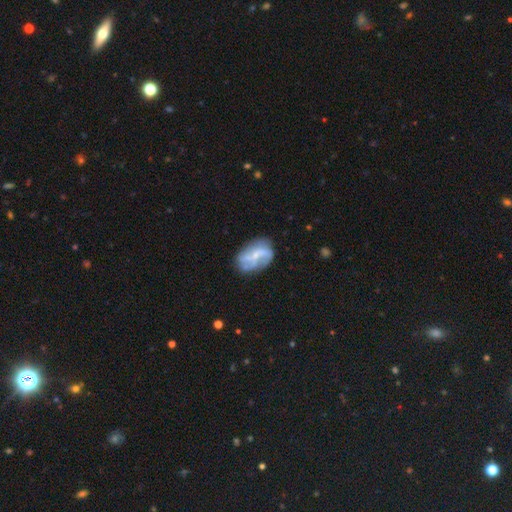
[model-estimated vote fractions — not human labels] Smooth or featured? featured or disk (64%)
Edge-on disk? no (97%)
Bar? no (48%)
Spiral arms? yes (72%)
Bulge size? small (56%)
Merging? none (57%)